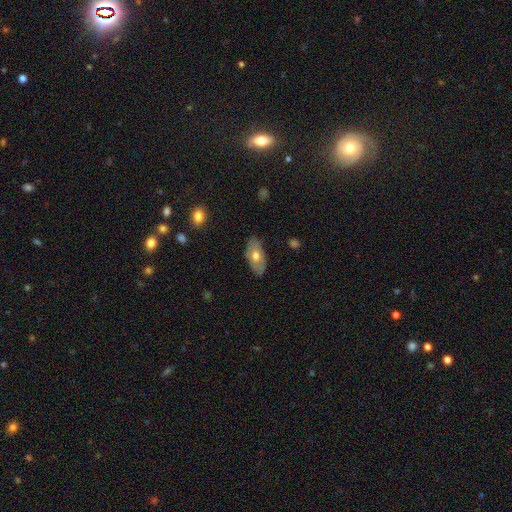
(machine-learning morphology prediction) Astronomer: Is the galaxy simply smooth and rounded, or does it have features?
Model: smooth — 62%.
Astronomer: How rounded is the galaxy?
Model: in between — 92%.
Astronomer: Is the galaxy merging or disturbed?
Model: none — 83%.